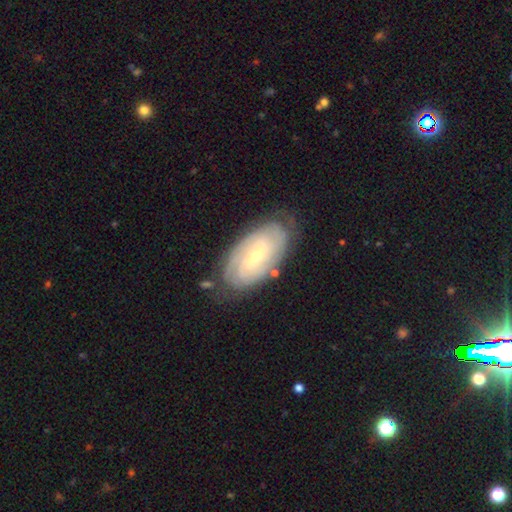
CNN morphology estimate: type=featured or disk (79%); edge-on=no (94%); bar=no (47%); spiral arms=yes (93%); winding=tight (74%); arm count=can't tell (42%); bulge=small (65%); merging=none (75%).